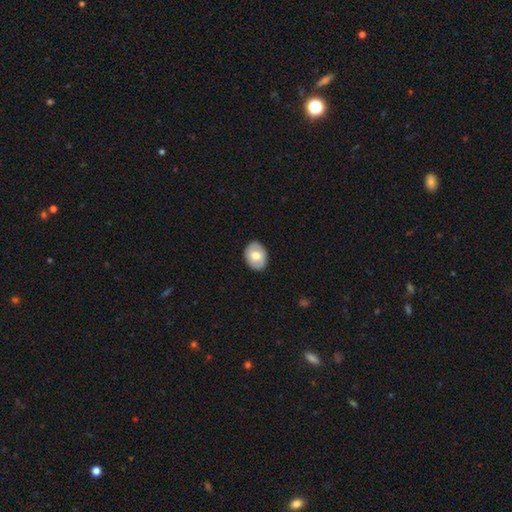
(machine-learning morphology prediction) The model was most divided on "how rounded": in between: 64%, round: 35%, cigar-shaped: 1%. More confident: merging — none (88%); smooth or featured — smooth (67%).